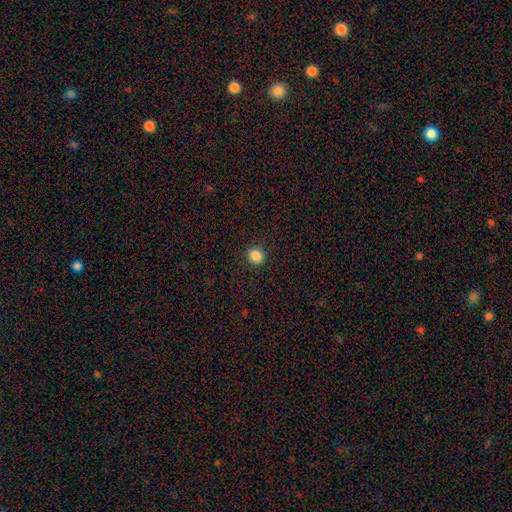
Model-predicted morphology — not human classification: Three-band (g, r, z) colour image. It shows a smooth galaxy with no disk features (86%) that is round (86%). Merging: none (91%).